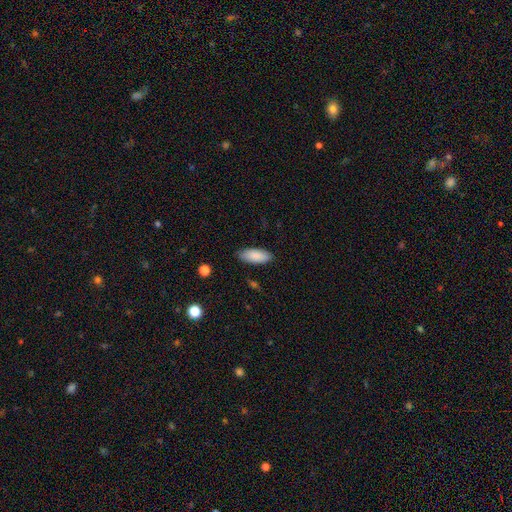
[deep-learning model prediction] Smooth or featured?
  - smooth: 89% *
  - star or artifact: 6%
  - featured or disk: 5%
How rounded?
  - in between: 84% *
  - cigar-shaped: 14%
  - round: 2%
Merging?
  - none: 86% *
  - minor disturbance: 11%
  - major disturbance: 2%
  - merger: 1%